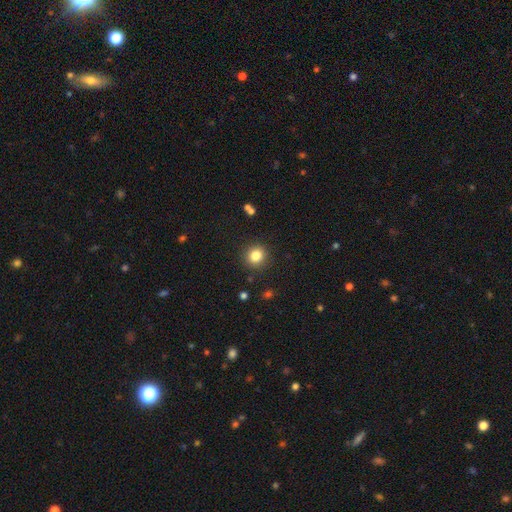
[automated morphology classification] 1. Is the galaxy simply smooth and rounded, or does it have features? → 83% smooth, 11% star or artifact, 6% featured or disk.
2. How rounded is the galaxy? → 90% round, 9% in between, 1% cigar-shaped.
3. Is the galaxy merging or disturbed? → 90% none, 7% minor disturbance, 2% major disturbance, 2% merger.